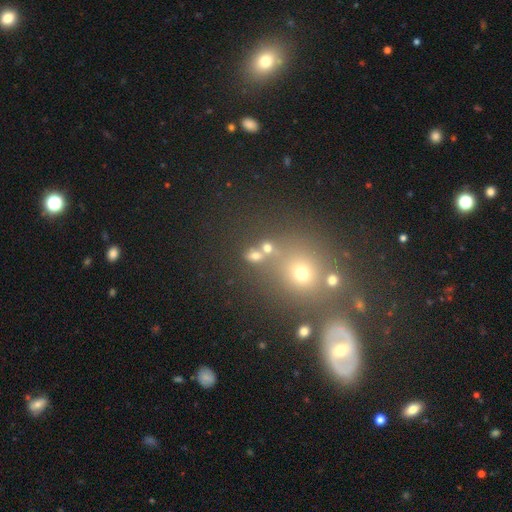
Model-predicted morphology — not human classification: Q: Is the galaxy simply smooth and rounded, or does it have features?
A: smooth — 63%.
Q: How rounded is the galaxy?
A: round — 56%.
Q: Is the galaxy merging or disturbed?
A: none — 57%.